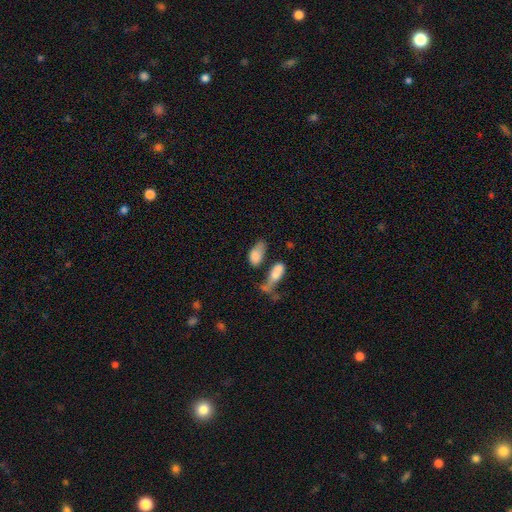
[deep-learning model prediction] smooth-or-featured: smooth: 81% | featured or disk: 12% | star or artifact: 8%
  how-rounded: in between: 90% | cigar-shaped: 6% | round: 4%
  merging: none: 29% (tied) | merger: 29% (tied) | minor disturbance: 22% | major disturbance: 20%